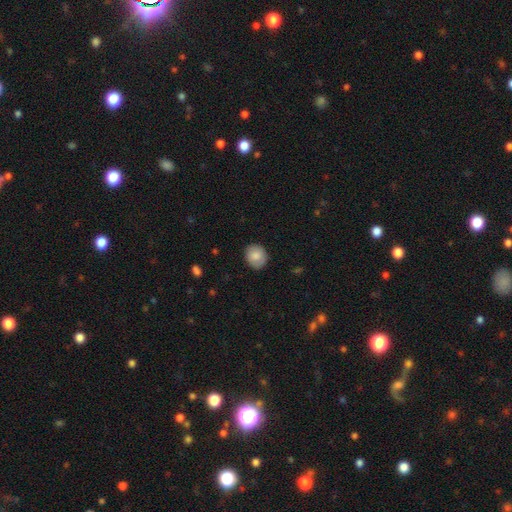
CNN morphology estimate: smooth-or-featured: smooth: 84% | featured or disk: 8% | star or artifact: 7%
  how-rounded: round: 71% | in between: 29% | cigar-shaped: 1%
  merging: none: 86% | minor disturbance: 10% | major disturbance: 2% | merger: 1%